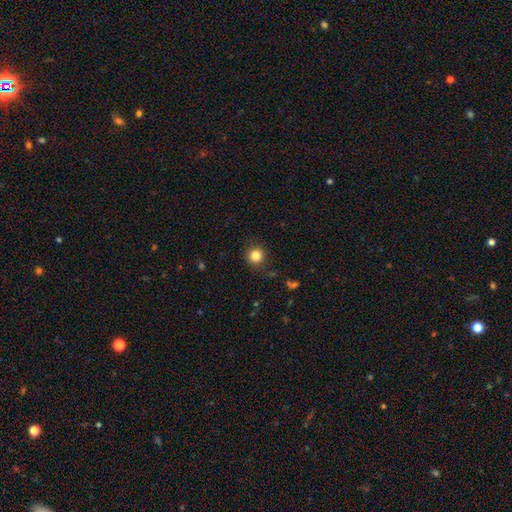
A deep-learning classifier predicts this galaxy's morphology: smooth-or-featured: smooth: 83% | star or artifact: 12% | featured or disk: 5%
  how-rounded: round: 94% | in between: 5% | cigar-shaped: 1%
  merging: none: 90% | minor disturbance: 6% | major disturbance: 2% | merger: 1%